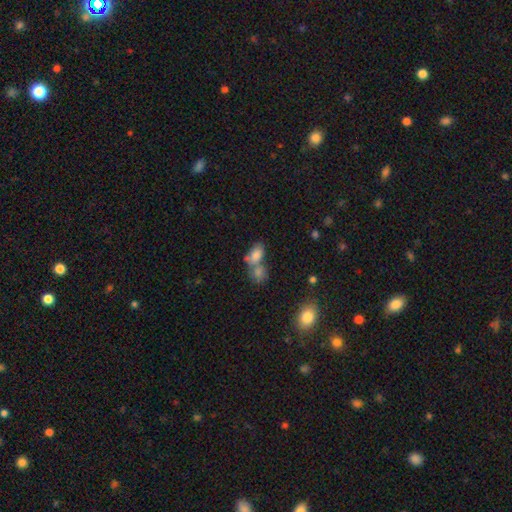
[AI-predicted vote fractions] Smooth or featured?
  - smooth: 79% *
  - featured or disk: 11%
  - star or artifact: 10%
How rounded?
  - in between: 86% *
  - round: 12%
  - cigar-shaped: 2%
Merging?
  - merger: 55% *
  - none: 29%
  - minor disturbance: 11%
  - major disturbance: 5%